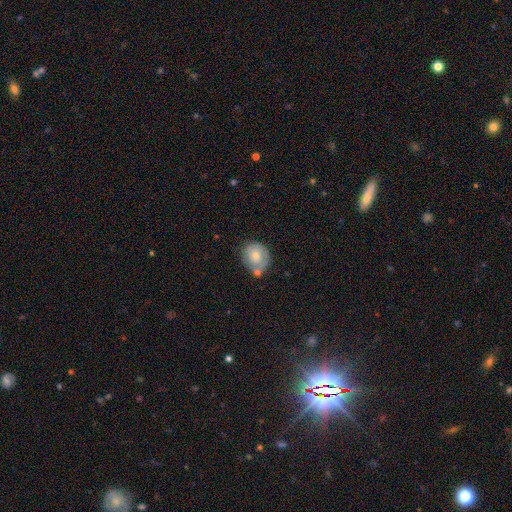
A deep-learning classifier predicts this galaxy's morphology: Smooth or featured? Predicted: smooth (p=0.62). How rounded? Predicted: round (p=0.69). Merging? Predicted: none (p=0.47).